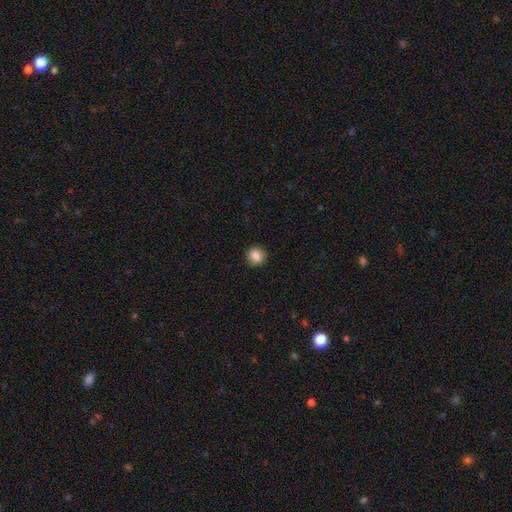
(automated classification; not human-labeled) A smooth galaxy with no disk features (86%) that is round (90%).

Vote fractions:
- Smooth or featured? smooth: 86% / star or artifact: 9% / featured or disk: 5%
- How rounded? round: 90% / in between: 9% / cigar-shaped: 1%
- Merging? none: 91% / minor disturbance: 6% / major disturbance: 2% / merger: 1%